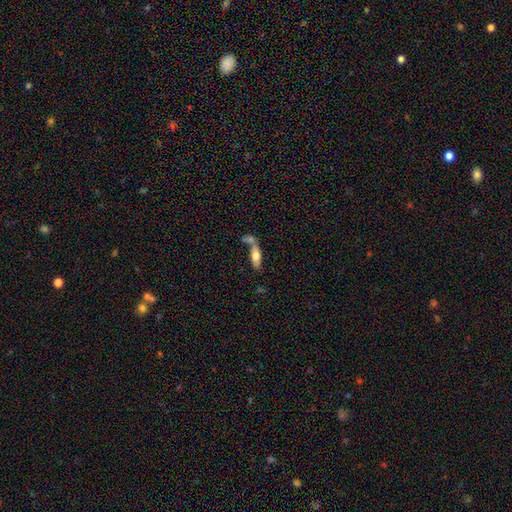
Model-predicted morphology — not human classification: Smooth or featured? smooth (60%)
How rounded? in between (58%)
Merging? merger (43%)